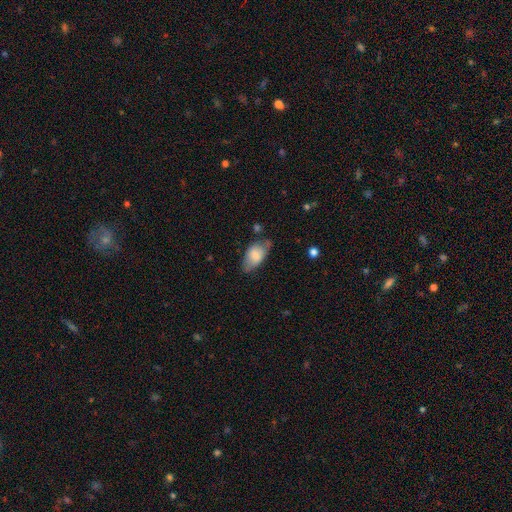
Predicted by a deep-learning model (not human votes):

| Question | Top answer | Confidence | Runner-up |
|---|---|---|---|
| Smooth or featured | smooth | 74% | featured or disk (19%) |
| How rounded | in between | 91% | round (6%) |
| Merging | none | 55% | minor disturbance (31%) |